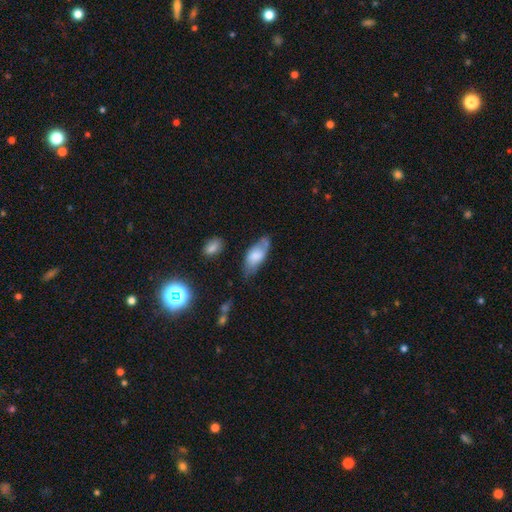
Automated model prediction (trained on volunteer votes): Q: Smooth or featured?
A: smooth (70%); runner-up: featured or disk (23%)
Q: How rounded?
A: in between (85%); runner-up: cigar-shaped (13%)
Q: Merging?
A: none (56%); runner-up: minor disturbance (30%)